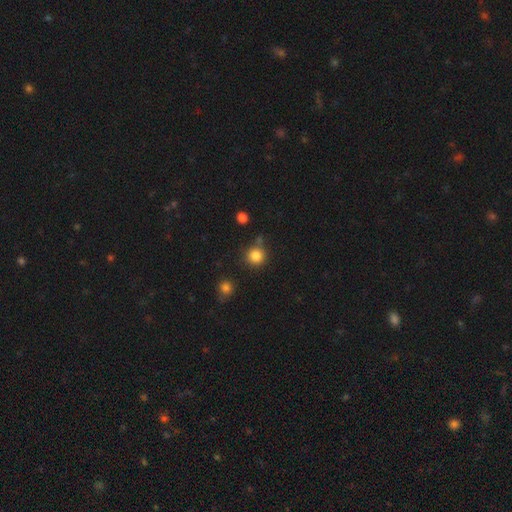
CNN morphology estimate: This appears to be a smooth galaxy with no disk features (84%) that is round (92%). Merging: none (78%).